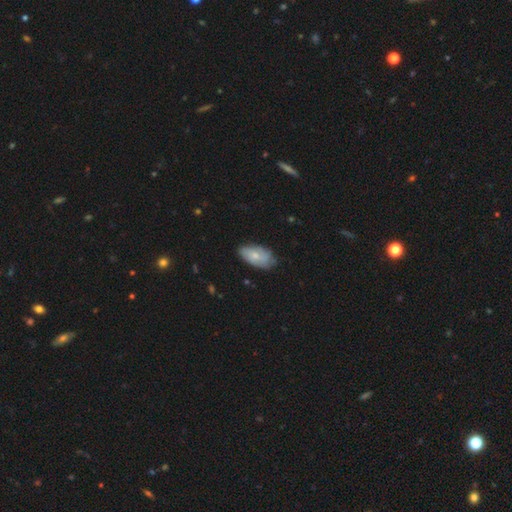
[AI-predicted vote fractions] This is possibly a smooth galaxy (56%). How rounded: clearly in between (92%). Merging: likely none (66%).